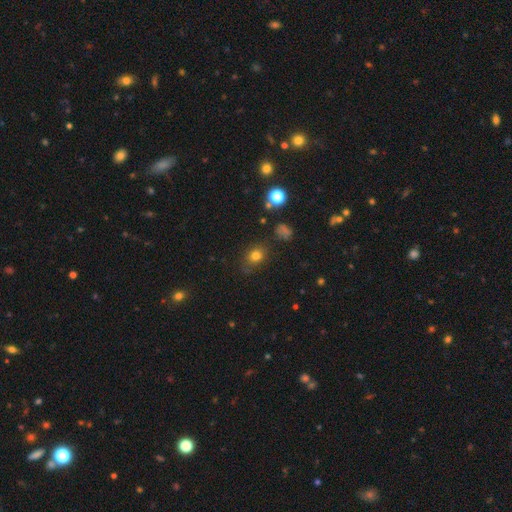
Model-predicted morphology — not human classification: The model was most divided on "how rounded": round: 50%, in between: 49%, cigar-shaped: 1%. More confident: merging — none (75%); smooth or featured — smooth (75%).